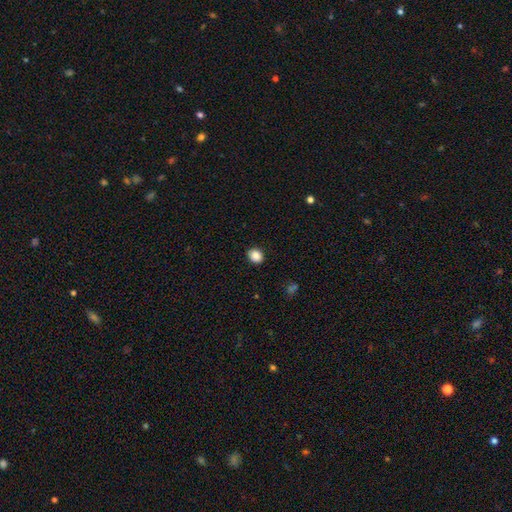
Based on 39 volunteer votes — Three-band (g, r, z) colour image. It shows a smooth galaxy with no disk features (85%) that is in between round and cigar-shaped (64%). Merging: none (89%).